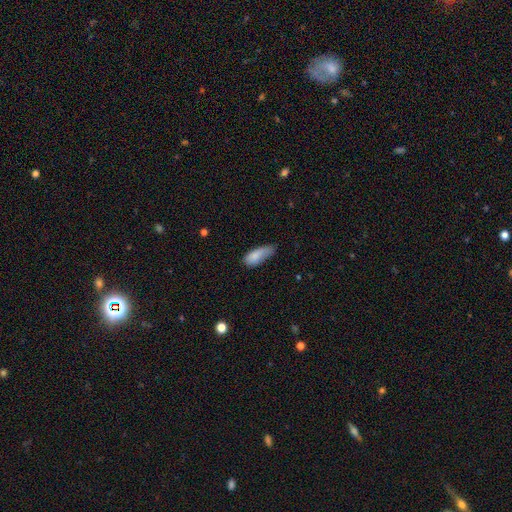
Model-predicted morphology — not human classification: smooth 82%, featured or disk 10%, star or artifact 8%. Down the decision tree: how rounded — in between (75%); merging — minor disturbance (42%).